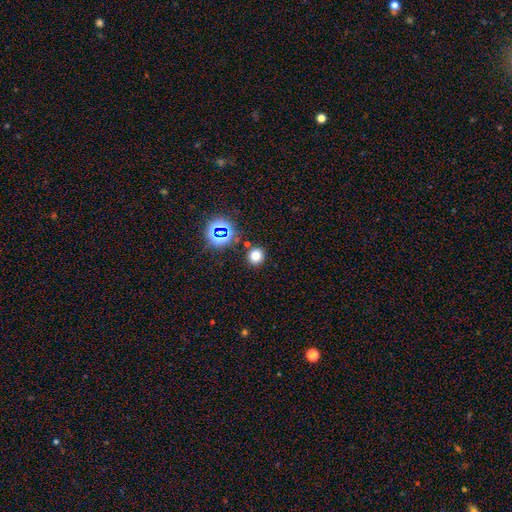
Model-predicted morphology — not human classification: This is likely a smooth galaxy (72%). How rounded: clearly round (85%). Merging: clearly none (87%).